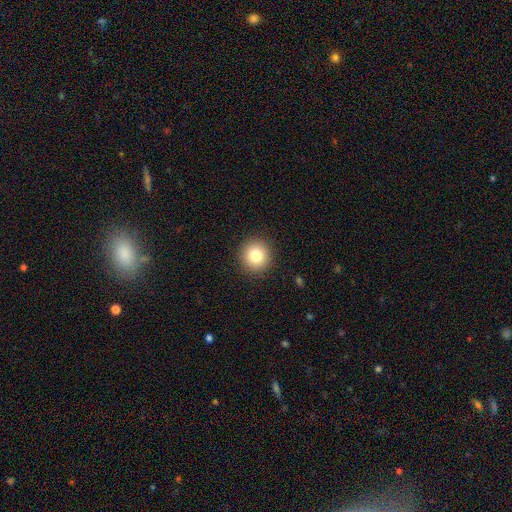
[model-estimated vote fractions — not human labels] The model was most divided on "smooth or featured": smooth: 81%, star or artifact: 10%, featured or disk: 8%. More confident: how rounded — round (93%); merging — none (91%).